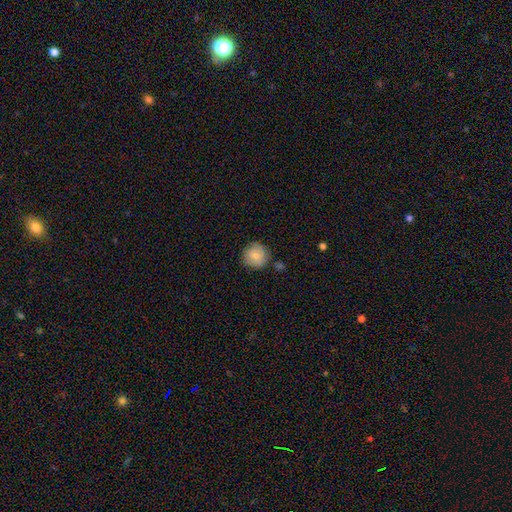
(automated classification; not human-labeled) This is clearly a smooth galaxy (81%). How rounded: clearly round (93%). Merging: clearly none (81%).